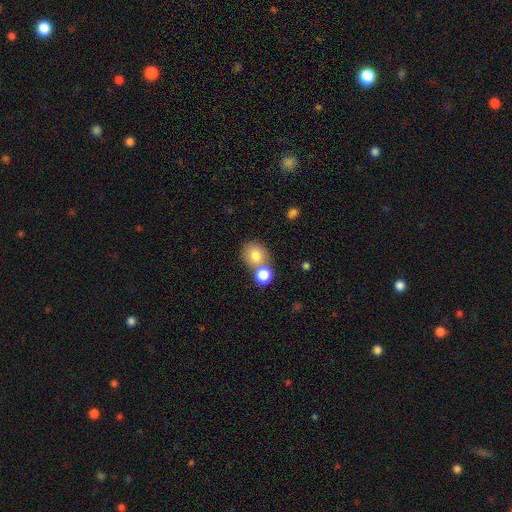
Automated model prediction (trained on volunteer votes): Overall: smooth (79%). How rounded: round (76%). Merging: none (50%; merger 38%).